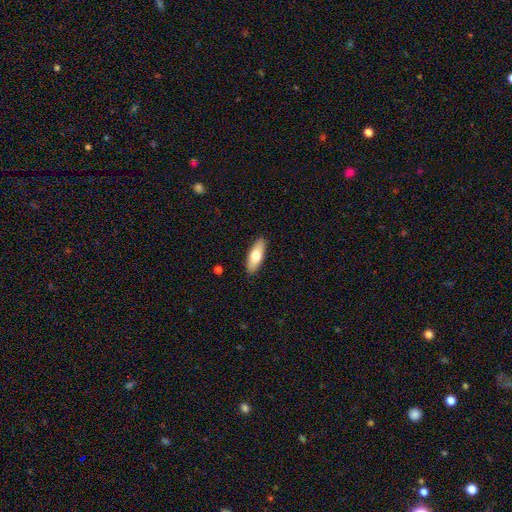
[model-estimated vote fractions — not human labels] A smooth galaxy with no disk features (68%) that is in between round and cigar-shaped (67%).

Vote fractions:
- Smooth or featured? smooth: 68% / featured or disk: 26% / star or artifact: 6%
- How rounded? in between: 67% / cigar-shaped: 30% / round: 2%
- Merging? none: 90% / minor disturbance: 8% / major disturbance: 2% / merger: 1%